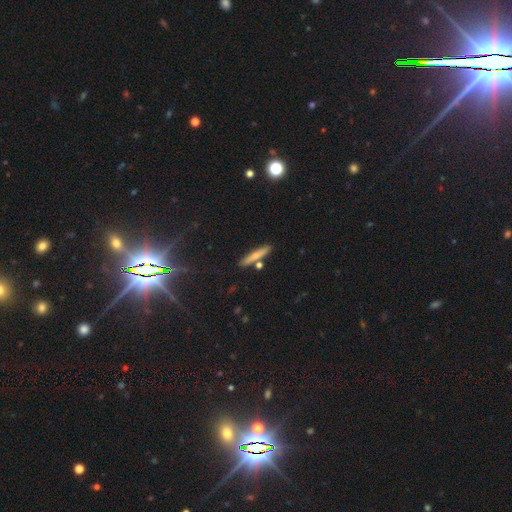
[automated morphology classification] Q: Smooth or featured?
A: smooth (61%); runner-up: featured or disk (31%)
Q: How rounded?
A: cigar-shaped (88%); runner-up: in between (10%)
Q: Merging?
A: none (81%); runner-up: minor disturbance (9%)